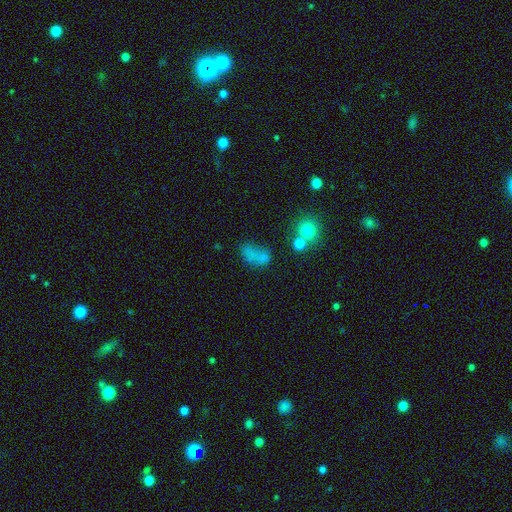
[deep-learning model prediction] Q: Smooth or featured?
A: smooth (63%); runner-up: star or artifact (21%)
Q: How rounded?
A: in between (79%); runner-up: round (16%)
Q: Merging?
A: none (39%); runner-up: major disturbance (22%)